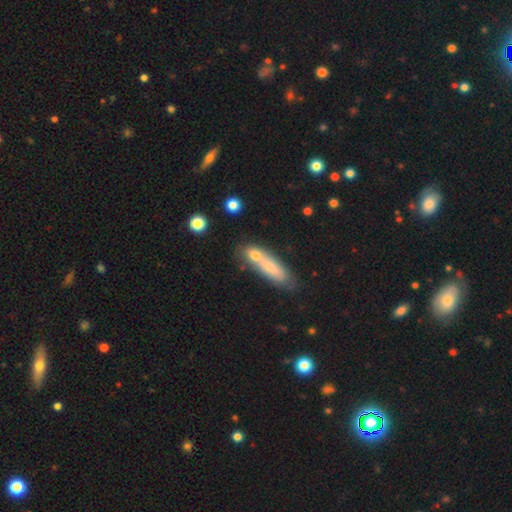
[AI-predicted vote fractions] Smooth or featured? Predicted: smooth (p=0.67). How rounded? Predicted: in between (p=0.48). Merging? Predicted: merger (p=0.52).